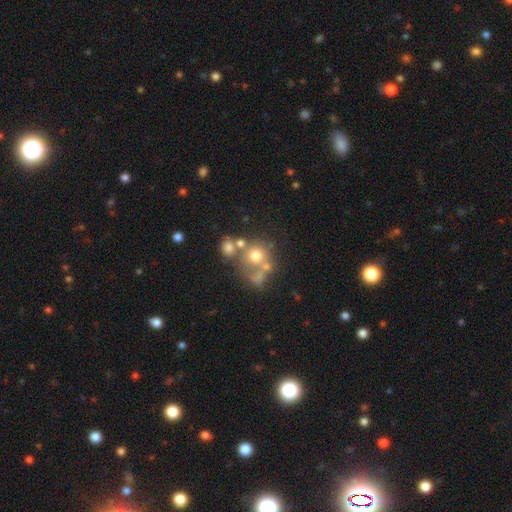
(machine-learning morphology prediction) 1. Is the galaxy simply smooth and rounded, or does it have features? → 56% smooth, 27% featured or disk, 17% star or artifact.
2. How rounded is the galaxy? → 79% round, 20% in between, 1% cigar-shaped.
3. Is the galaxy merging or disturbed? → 40% none, 38% merger, 11% minor disturbance, 11% major disturbance.